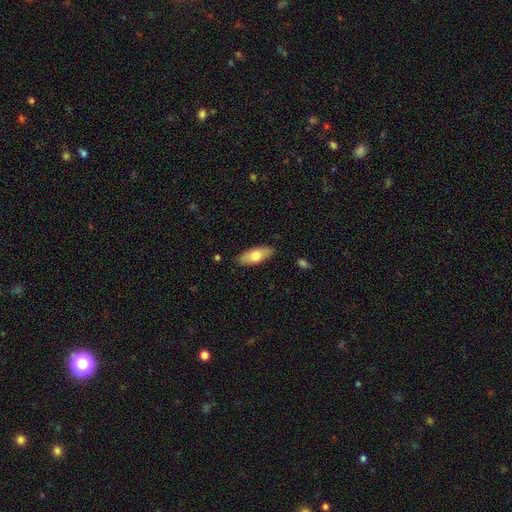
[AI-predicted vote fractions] smooth-or-featured: smooth: 71% | featured or disk: 23% | star or artifact: 6%
  how-rounded: in between: 79% | cigar-shaped: 19% | round: 2%
  merging: none: 87% | minor disturbance: 10% | major disturbance: 2% | merger: 1%